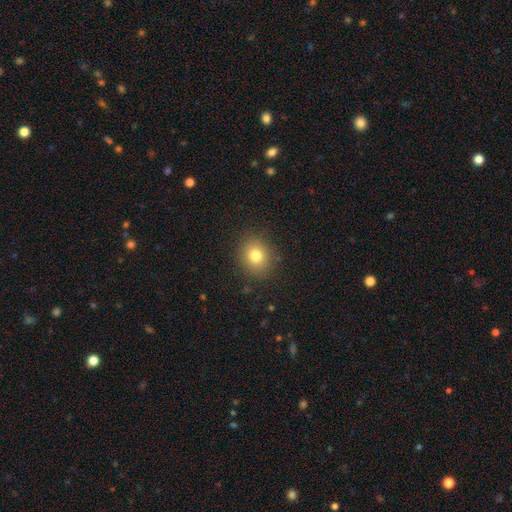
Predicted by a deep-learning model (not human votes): Morphology: type=smooth (79%); roundness=round (77%); merging=none (88%).